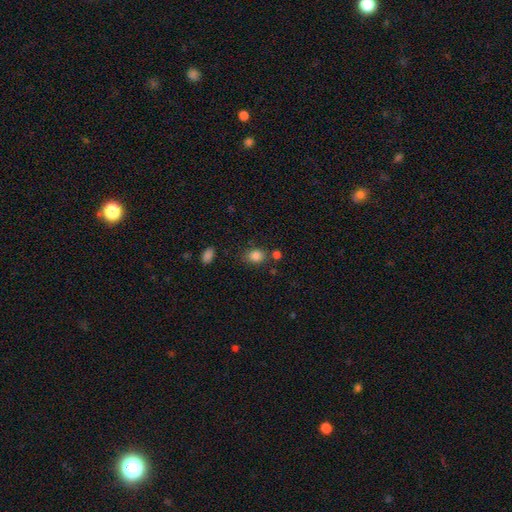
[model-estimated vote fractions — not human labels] smooth_or_featured: smooth (p=0.83) [alt: star or artifact p=0.11]
how_rounded: in between (p=0.51) [alt: round p=0.48]
merging: none (p=0.72) [alt: minor disturbance p=0.15]